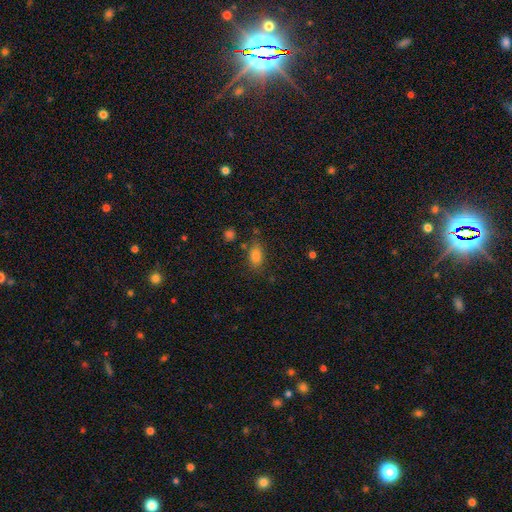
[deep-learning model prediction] Smooth or featured: smooth — 81% (star or artifact — 12%)
How rounded: in between — 86% (round — 10%)
Merging: none — 75% (minor disturbance — 15%)